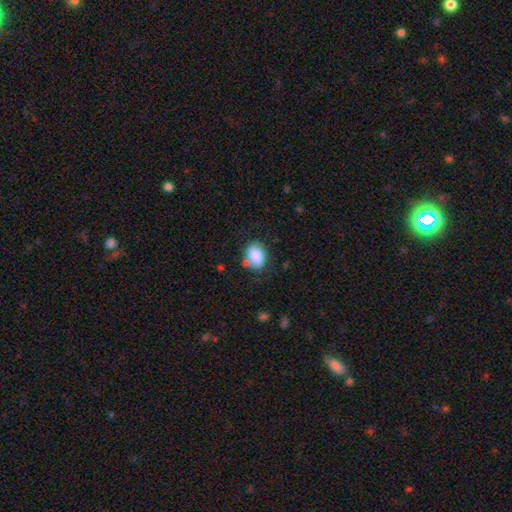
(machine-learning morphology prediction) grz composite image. It shows a smooth galaxy with no disk features (84%) that is in between round and cigar-shaped (74%). Merging: none (59%).